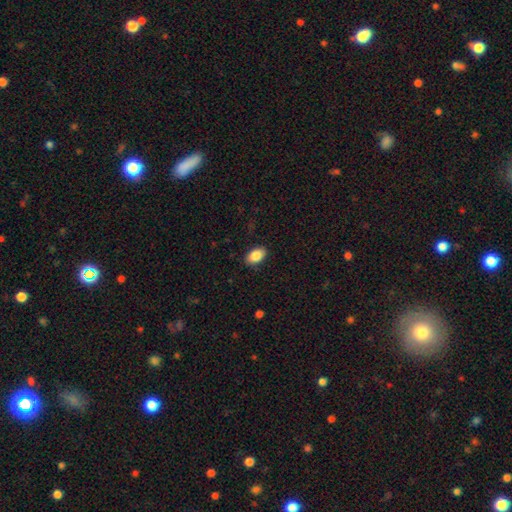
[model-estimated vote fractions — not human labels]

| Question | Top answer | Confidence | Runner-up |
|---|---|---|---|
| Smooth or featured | smooth | 88% | star or artifact (7%) |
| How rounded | in between | 92% | round (7%) |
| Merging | none | 89% | minor disturbance (8%) |